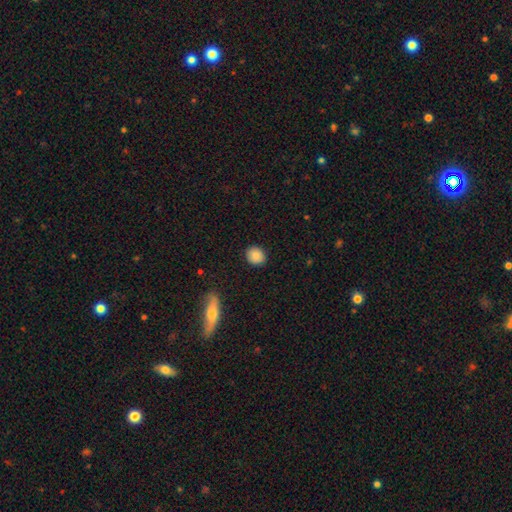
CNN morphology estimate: smooth-or-featured: smooth: 86% | star or artifact: 8% | featured or disk: 6%
  how-rounded: round: 80% | in between: 19% | cigar-shaped: 1%
  merging: none: 90% | minor disturbance: 7% | major disturbance: 2% | merger: 1%